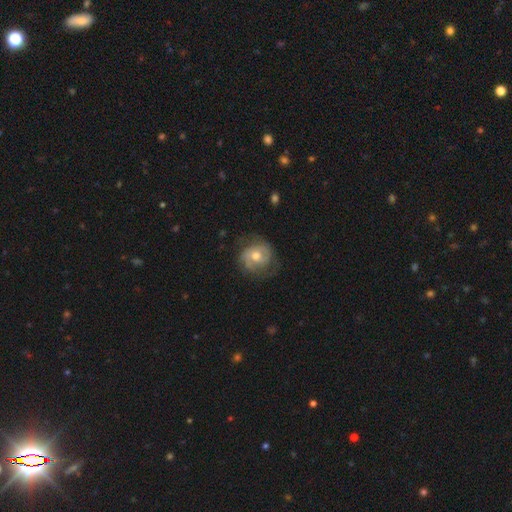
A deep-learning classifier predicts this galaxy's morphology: Smooth or featured? Predicted: featured or disk (p=0.65). Edge-on disk? Predicted: no (p=0.97). Bar? Predicted: no (p=0.63). Spiral arms? Predicted: yes (p=0.84). Spiral winding? Predicted: tight (p=0.47). Spiral arm count? Predicted: 2 (p=0.62). Bulge size? Predicted: moderate (p=0.71). Merging? Predicted: none (p=0.68).